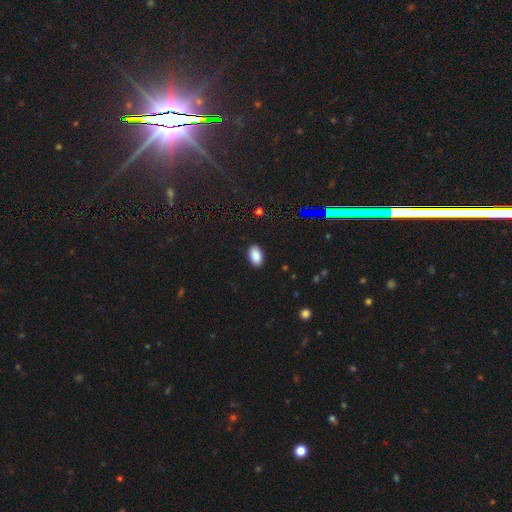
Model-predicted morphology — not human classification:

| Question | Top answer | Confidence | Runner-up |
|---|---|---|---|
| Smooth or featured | smooth | 87% | star or artifact (9%) |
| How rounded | in between | 94% | round (5%) |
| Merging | none | 89% | minor disturbance (8%) |